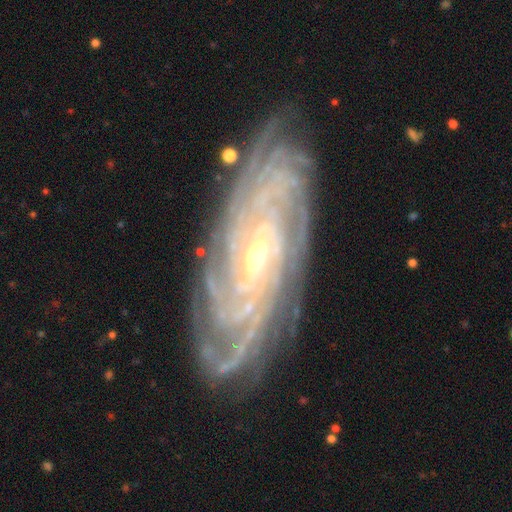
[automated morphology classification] featured or disk 91%, star or artifact 5%, smooth 4%. Down the decision tree: edge-on disk — no (94%); bar — no (40%); spiral arms — yes (98%); spiral arm count — more than 4 (33%); spiral winding — tight (84%); bulge size — small (66%); merging — none (84%).